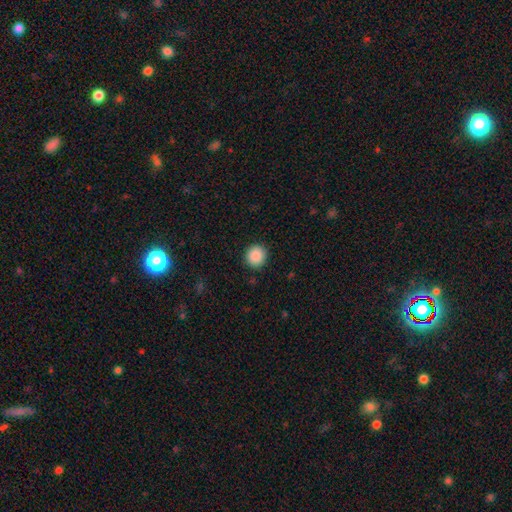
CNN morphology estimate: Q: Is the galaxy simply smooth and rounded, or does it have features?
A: smooth — 89%.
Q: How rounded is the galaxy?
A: round — 92%.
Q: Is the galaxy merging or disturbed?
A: none — 91%.